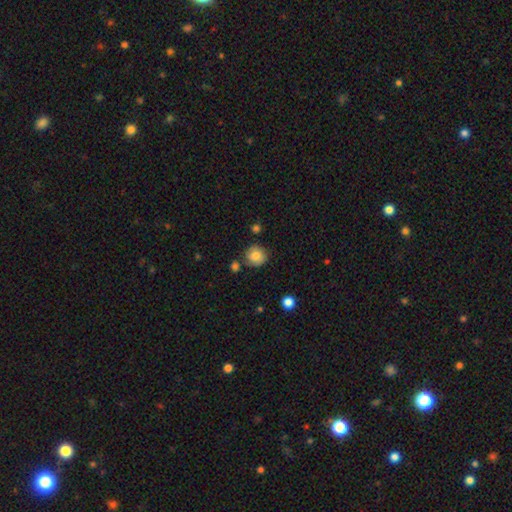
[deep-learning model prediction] smooth_or_featured: smooth (p=0.78) [alt: featured or disk p=0.13]
how_rounded: round (p=0.88) [alt: in between p=0.12]
merging: none (p=0.76) [alt: minor disturbance p=0.14]